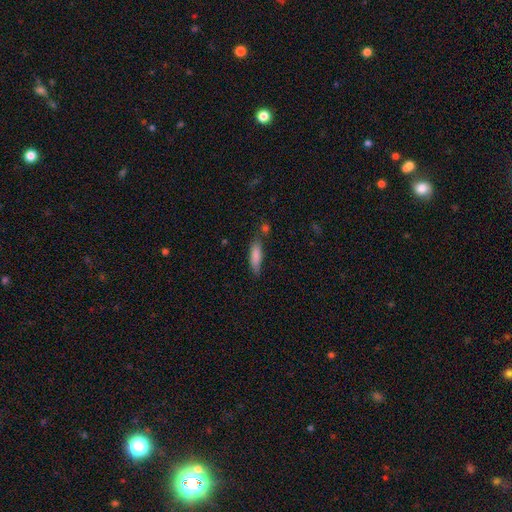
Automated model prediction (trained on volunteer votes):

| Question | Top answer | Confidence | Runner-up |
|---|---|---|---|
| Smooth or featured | smooth | 83% | featured or disk (10%) |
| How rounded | cigar-shaped | 59% | in between (40%) |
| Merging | none | 64% | minor disturbance (23%) |